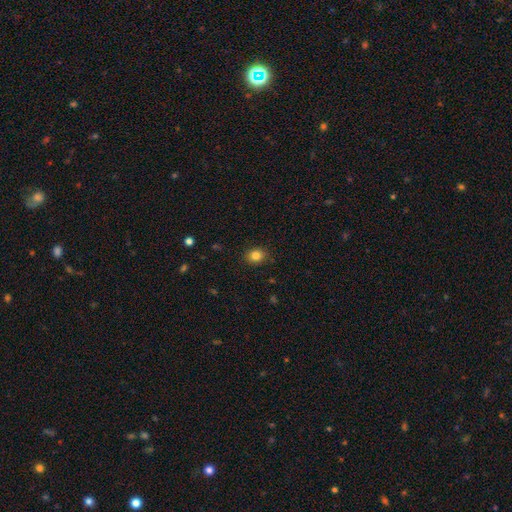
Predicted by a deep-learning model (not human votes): This appears to be a smooth galaxy with no disk features (83%) that is round (63%). Merging: none (88%).